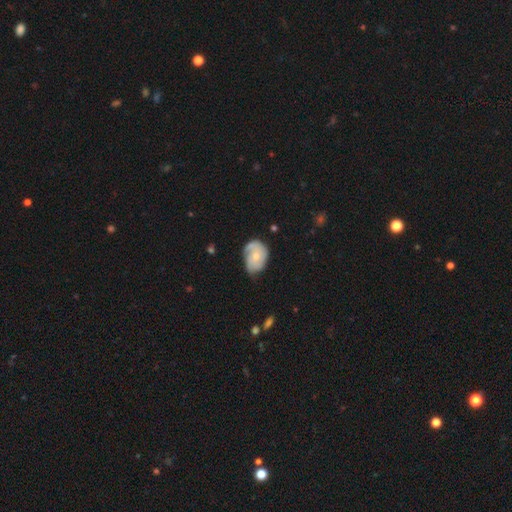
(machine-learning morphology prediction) Overall: featured or disk (51%; smooth 43%). Edge-on disk: no (96%). Merging: none (47%; minor disturbance 36%).